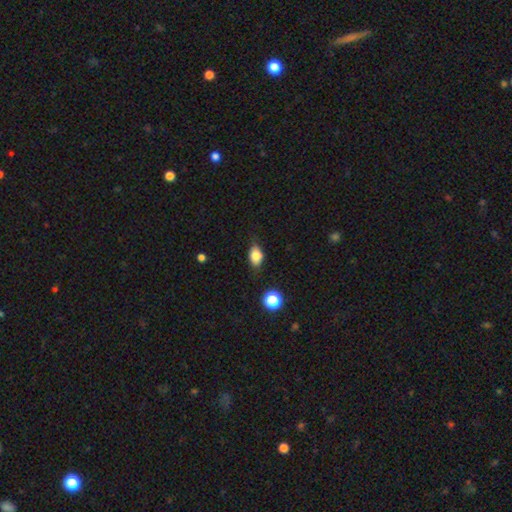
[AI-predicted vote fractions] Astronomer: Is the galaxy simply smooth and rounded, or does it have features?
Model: smooth — 79%.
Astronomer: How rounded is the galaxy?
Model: in between — 80%.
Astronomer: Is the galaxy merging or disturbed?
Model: none — 73%.